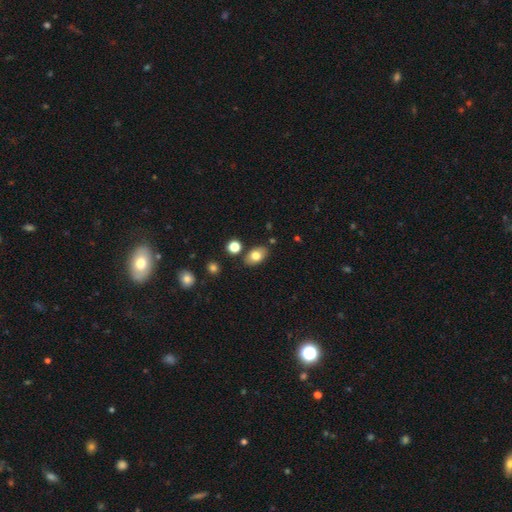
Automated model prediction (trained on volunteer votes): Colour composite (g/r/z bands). It shows a smooth galaxy with no disk features (78%) that is in between round and cigar-shaped (87%). Merging: none (81%).